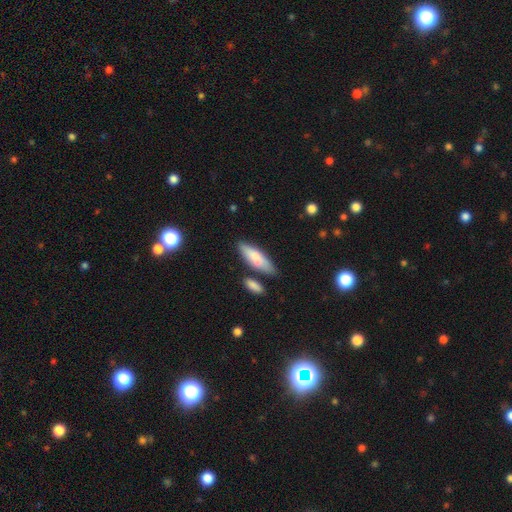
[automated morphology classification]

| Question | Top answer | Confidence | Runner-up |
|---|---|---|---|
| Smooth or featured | smooth | 74% | featured or disk (21%) |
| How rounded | in between | 52% | cigar-shaped (46%) |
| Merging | none | 72% | minor disturbance (15%) |